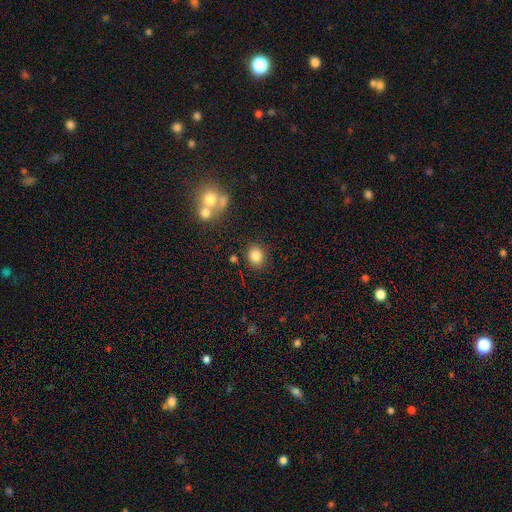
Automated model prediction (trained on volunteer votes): A smooth galaxy with no disk features (83%) that is round (67%).

Vote fractions:
- Smooth or featured? smooth: 83% / star or artifact: 10% / featured or disk: 7%
- How rounded? round: 67% / in between: 32% / cigar-shaped: 1%
- Merging? none: 83% / minor disturbance: 9% / merger: 5% / major disturbance: 3%